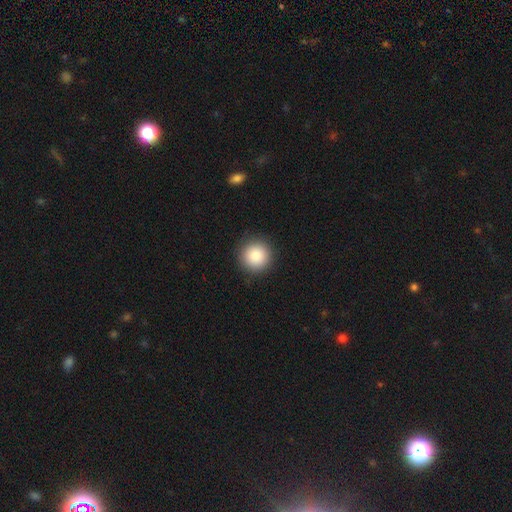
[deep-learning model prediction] Smooth or featured: smooth — 85% (star or artifact — 9%)
How rounded: round — 96% (in between — 4%)
Merging: none — 92% (minor disturbance — 6%)